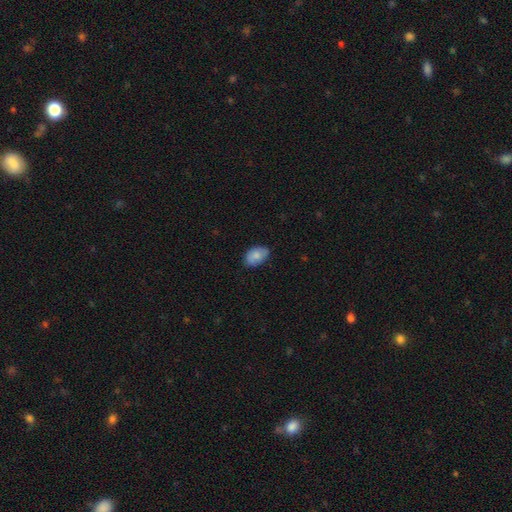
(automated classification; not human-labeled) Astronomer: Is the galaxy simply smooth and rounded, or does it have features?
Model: smooth — 81%.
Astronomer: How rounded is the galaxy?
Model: in between — 89%.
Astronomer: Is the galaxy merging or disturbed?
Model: none — 77%.